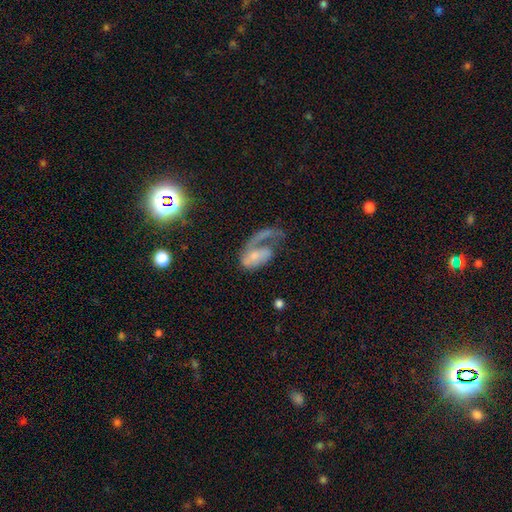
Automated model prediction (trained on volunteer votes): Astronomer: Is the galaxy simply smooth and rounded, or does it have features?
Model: featured or disk — 61%.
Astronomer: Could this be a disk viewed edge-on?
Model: no — 96%.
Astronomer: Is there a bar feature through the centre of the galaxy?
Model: no — 66%.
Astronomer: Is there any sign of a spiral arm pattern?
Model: yes — 66%.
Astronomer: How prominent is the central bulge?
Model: small — 43% (runner-up: moderate, 30%).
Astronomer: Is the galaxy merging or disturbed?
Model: major disturbance — 57%.